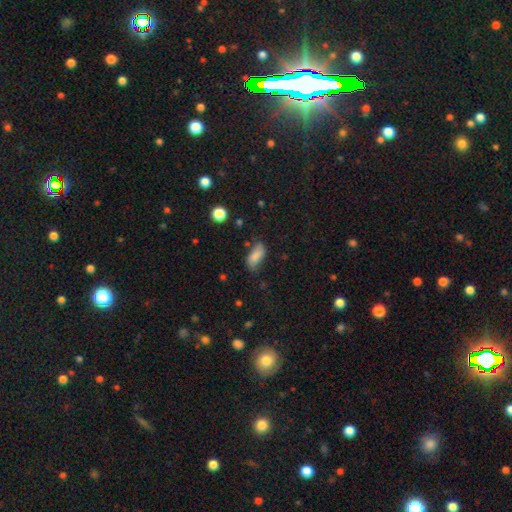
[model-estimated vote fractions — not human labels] A smooth galaxy with no disk features (81%) that is in between round and cigar-shaped (87%). Merging: none (62%).